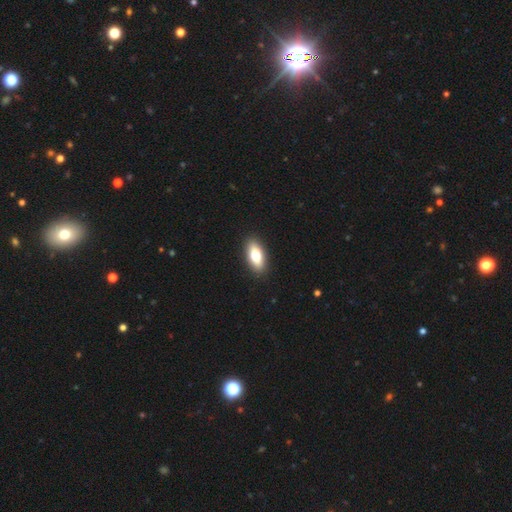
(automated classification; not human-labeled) Morphology: type=smooth (75%); roundness=in between (83%); merging=none (91%).